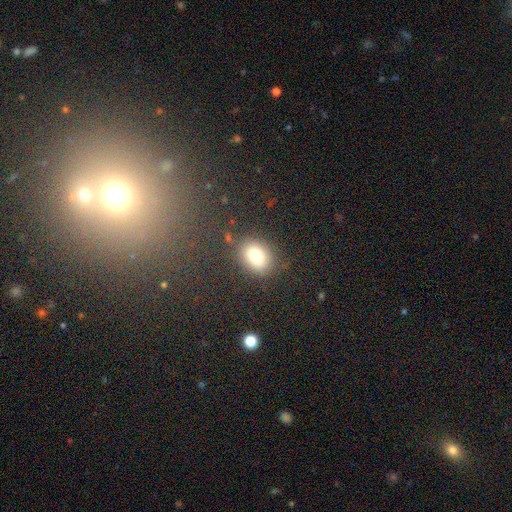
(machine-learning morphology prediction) Smooth or featured: smooth — 79% (star or artifact — 12%)
How rounded: in between — 60% (round — 39%)
Merging: none — 79% (minor disturbance — 13%)